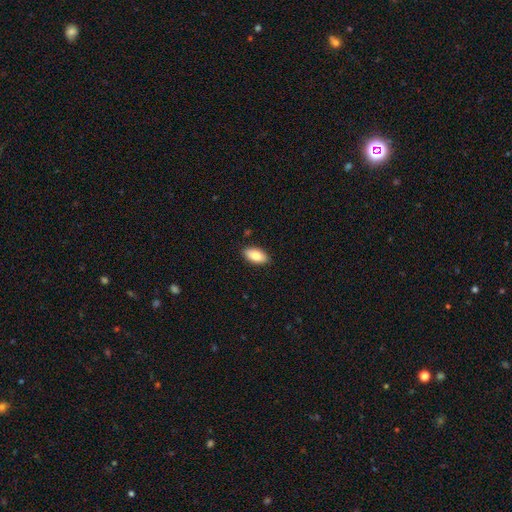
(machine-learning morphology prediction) smooth 84%, featured or disk 10%, star or artifact 6%. Down the decision tree: how rounded — in between (92%); merging — none (89%).